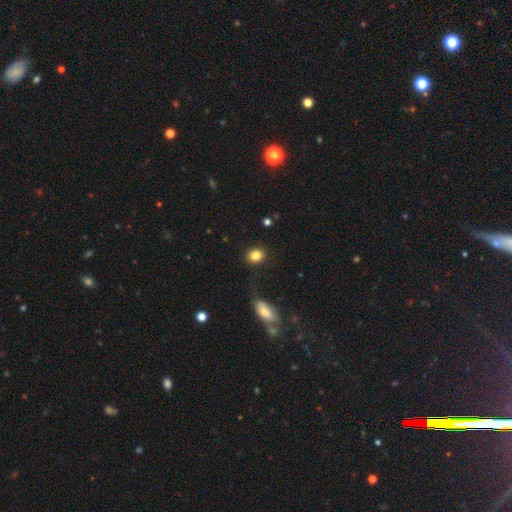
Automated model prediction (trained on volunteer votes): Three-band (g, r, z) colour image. It shows a smooth galaxy with no disk features (84%) that is round (60%). Merging: none (86%).